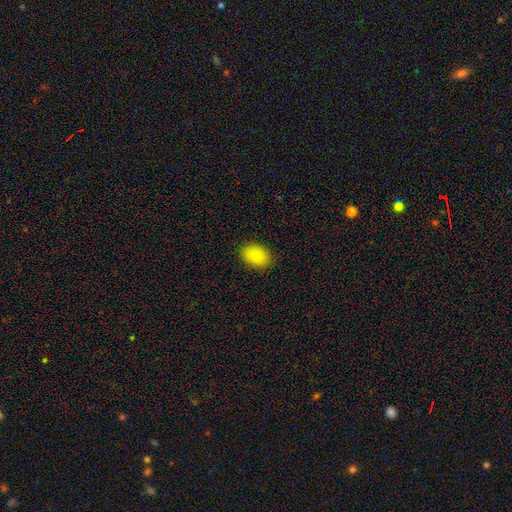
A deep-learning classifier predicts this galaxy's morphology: type=smooth (83%); roundness=in between (78%); merging=none (87%).